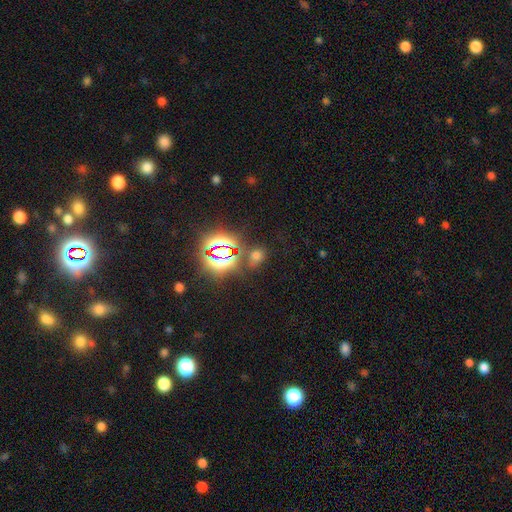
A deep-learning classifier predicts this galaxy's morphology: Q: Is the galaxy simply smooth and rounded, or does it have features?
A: smooth — 49%.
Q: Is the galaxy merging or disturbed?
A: none — 73%.